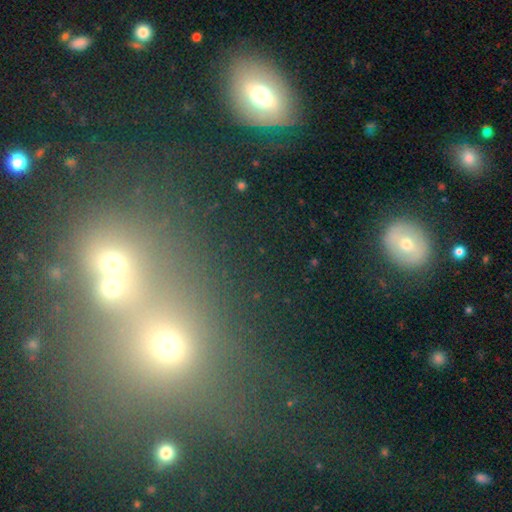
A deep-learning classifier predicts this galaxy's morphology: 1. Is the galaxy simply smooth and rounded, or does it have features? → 47% smooth, 34% star or artifact, 19% featured or disk.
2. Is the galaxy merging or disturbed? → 67% none, 16% merger, 10% minor disturbance, 7% major disturbance.